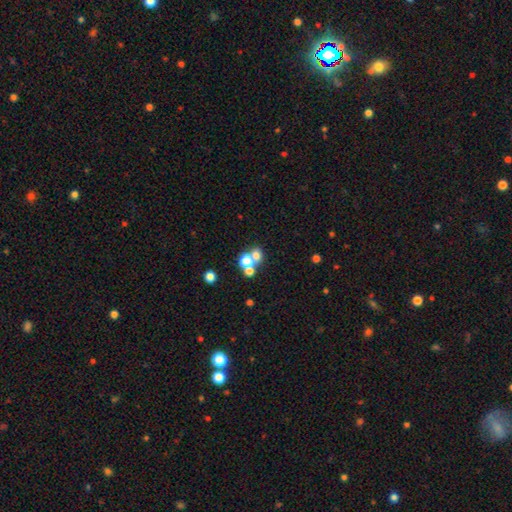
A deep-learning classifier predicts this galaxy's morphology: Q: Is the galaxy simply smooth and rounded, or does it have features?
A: smooth — 64%.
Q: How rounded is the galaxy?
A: round — 76%.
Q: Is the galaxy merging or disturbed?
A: merger — 46%.